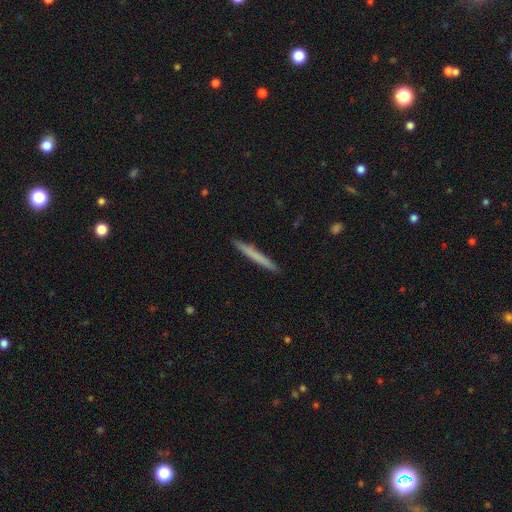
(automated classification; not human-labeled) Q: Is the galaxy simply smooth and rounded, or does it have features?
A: smooth — 68%.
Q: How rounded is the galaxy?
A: cigar-shaped — 97%.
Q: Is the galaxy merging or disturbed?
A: none — 93%.